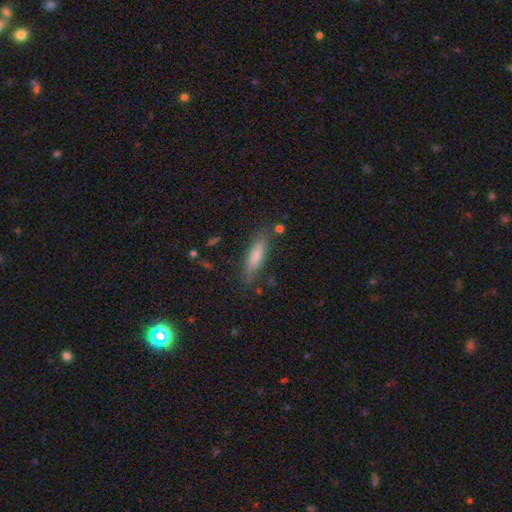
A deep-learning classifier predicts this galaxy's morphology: Smooth or featured? smooth (74%)
How rounded? cigar-shaped (74%)
Merging? none (81%)